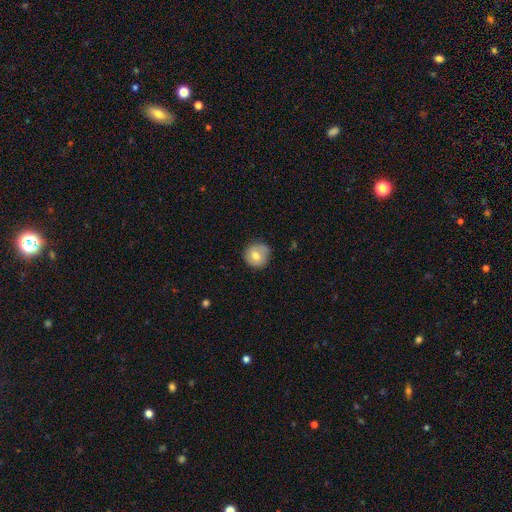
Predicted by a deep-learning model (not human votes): Smooth or featured? Predicted: smooth (p=0.68). How rounded? Predicted: round (p=0.90). Merging? Predicted: none (p=0.78).